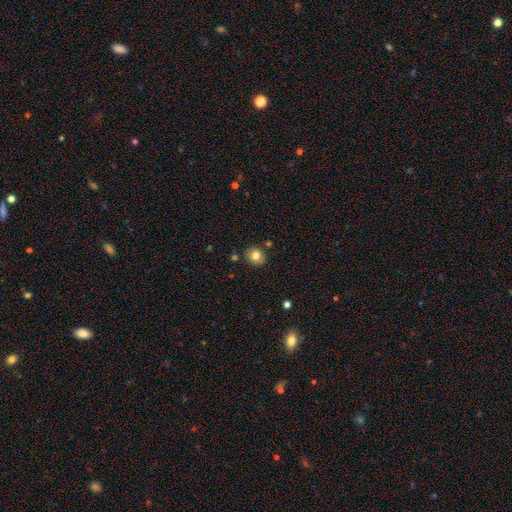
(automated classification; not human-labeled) A smooth galaxy with no disk features (80%) that is round (80%). Merging: none (84%).